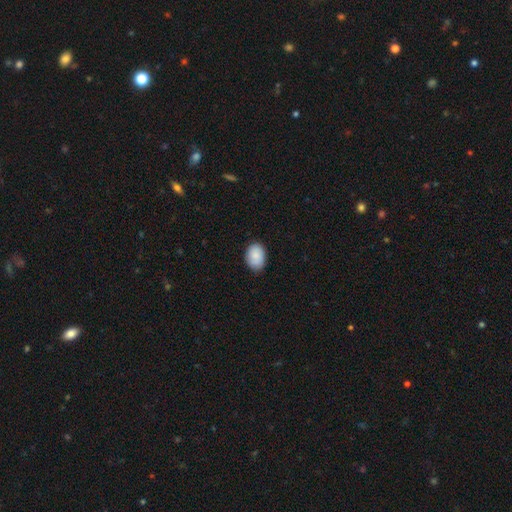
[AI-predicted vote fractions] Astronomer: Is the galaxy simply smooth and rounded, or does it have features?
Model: smooth — 87%.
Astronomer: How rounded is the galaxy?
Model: in between — 77%.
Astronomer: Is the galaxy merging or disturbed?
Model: none — 83%.